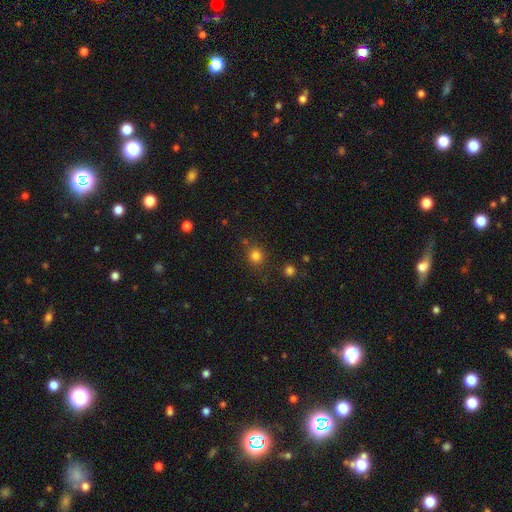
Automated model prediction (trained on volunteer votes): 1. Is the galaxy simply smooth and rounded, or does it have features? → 81% smooth, 14% star or artifact, 5% featured or disk.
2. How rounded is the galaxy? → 86% round, 13% in between, 1% cigar-shaped.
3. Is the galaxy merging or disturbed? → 79% none, 11% minor disturbance, 6% merger, 4% major disturbance.